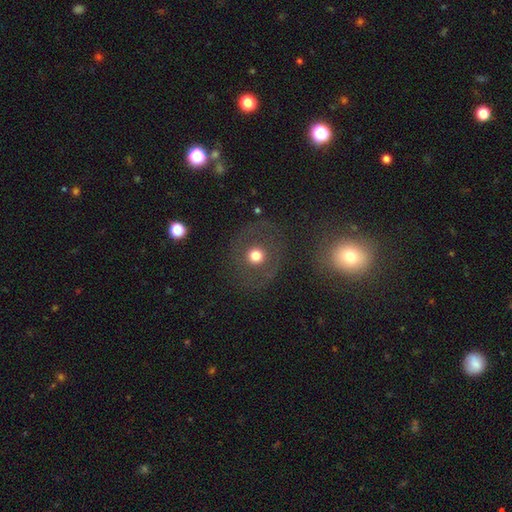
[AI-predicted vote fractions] This appears to be a smooth galaxy with no disk features (55%) that is round (85%). Merging: none (80%).